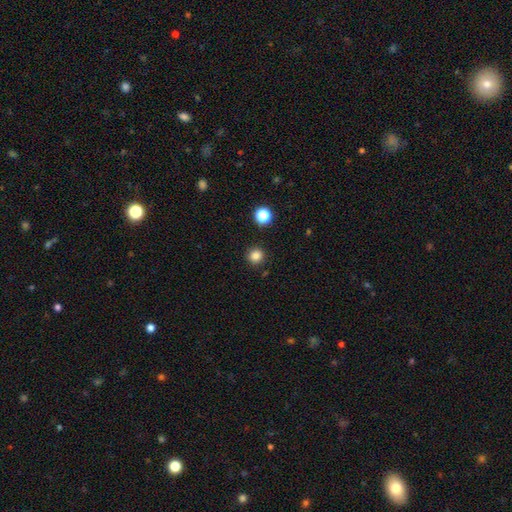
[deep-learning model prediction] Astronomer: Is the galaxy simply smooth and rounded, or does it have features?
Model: smooth — 83%.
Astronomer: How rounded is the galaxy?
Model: round — 93%.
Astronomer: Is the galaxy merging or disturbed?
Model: none — 91%.